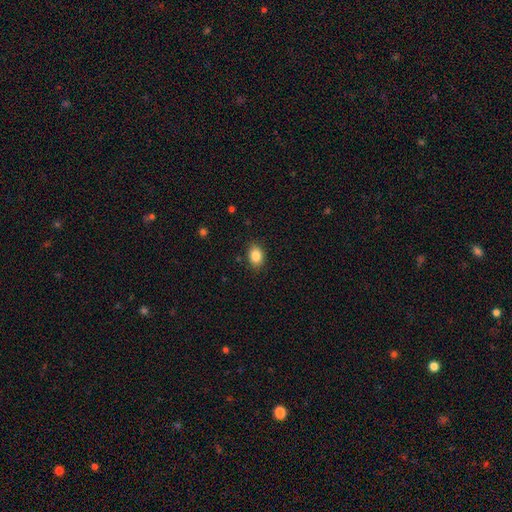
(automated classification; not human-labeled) Overall: smooth (86%). How rounded: in between (74%). Merging: none (86%).